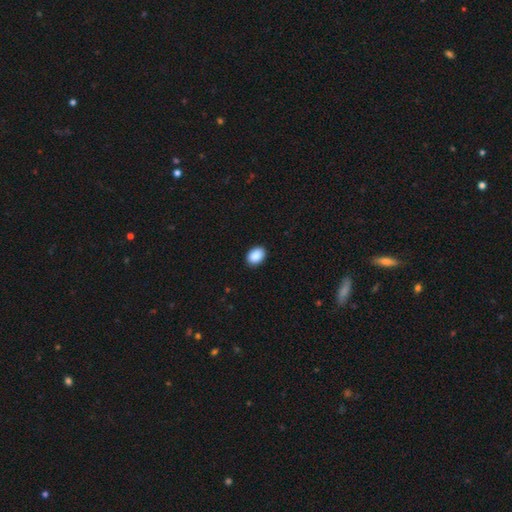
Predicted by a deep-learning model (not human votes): smooth 90%, star or artifact 7%, featured or disk 3%. Down the decision tree: how rounded — in between (80%); merging — none (90%).